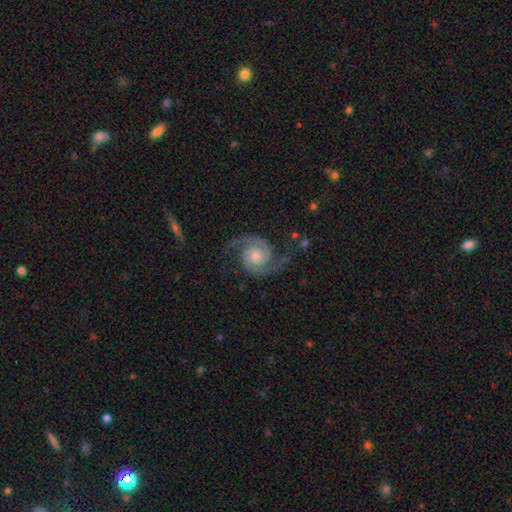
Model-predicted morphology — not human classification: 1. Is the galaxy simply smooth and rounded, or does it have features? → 93% featured or disk, 4% star or artifact, 3% smooth.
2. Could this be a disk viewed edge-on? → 98% no, 2% yes.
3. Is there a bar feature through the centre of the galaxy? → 70% no, 24% weak, 6% strong.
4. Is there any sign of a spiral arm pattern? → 99% yes, 1% no.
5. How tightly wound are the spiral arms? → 55% medium, 31% tight, 14% loose.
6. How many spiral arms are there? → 94% 2, 1% 3, 1% can't tell, 1% 1, 1% 4, 1% more than 4.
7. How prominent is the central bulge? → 52% moderate, 35% small, 6% large, 5% none, 1% dominant.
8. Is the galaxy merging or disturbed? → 81% none, 13% minor disturbance, 5% major disturbance, 2% merger.